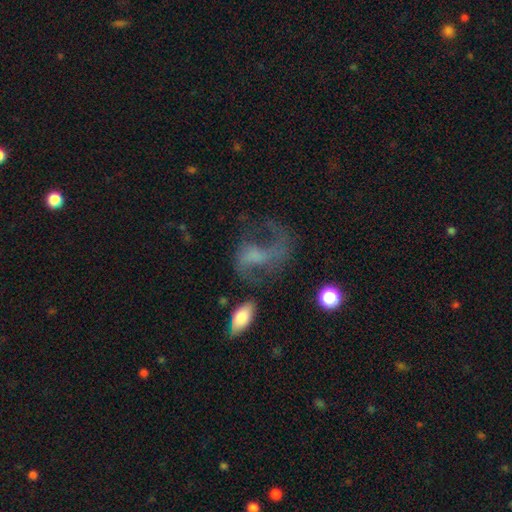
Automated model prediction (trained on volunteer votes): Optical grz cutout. It shows a featured or disk galaxy (61%) with no bar (58%), spiral arms (74%) and no central bulge (50%). Merging: major disturbance (40%).